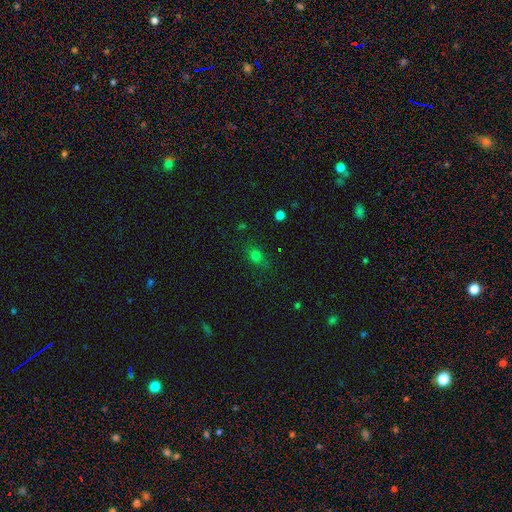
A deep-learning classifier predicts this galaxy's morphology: Smooth or featured? Predicted: smooth (p=0.72). How rounded? Predicted: round (p=0.57). Merging? Predicted: none (p=0.75).